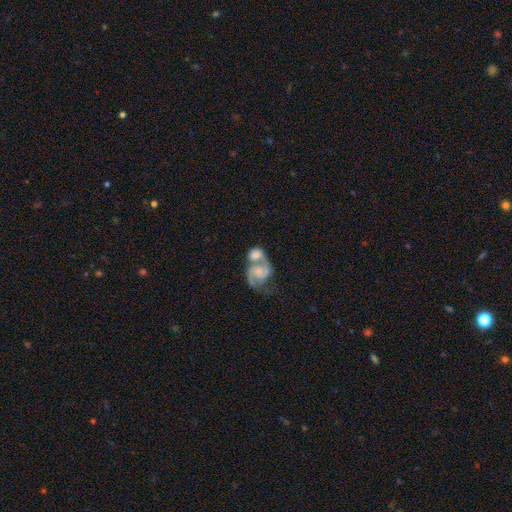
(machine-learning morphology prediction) type=featured or disk (72%); edge-on=no (97%); bar=no (64%); spiral arms=yes (91%); winding=medium (49%); arm count=2 (83%); bulge=small (49%); merging=merger (64%).